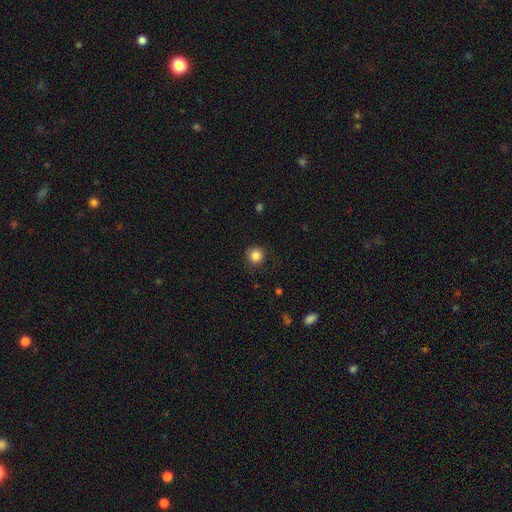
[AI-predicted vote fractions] The model was most divided on "merging": none: 84%, minor disturbance: 11%, major disturbance: 3%, merger: 1%. More confident: how rounded — round (91%); smooth or featured — smooth (85%).